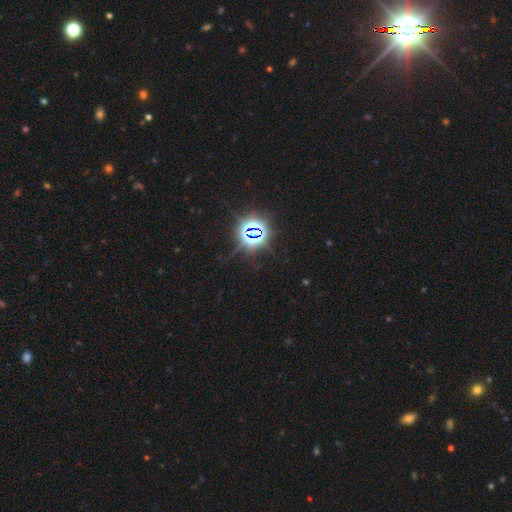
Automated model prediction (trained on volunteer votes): This is clearly a star or artifact rather than a galaxy (82%).